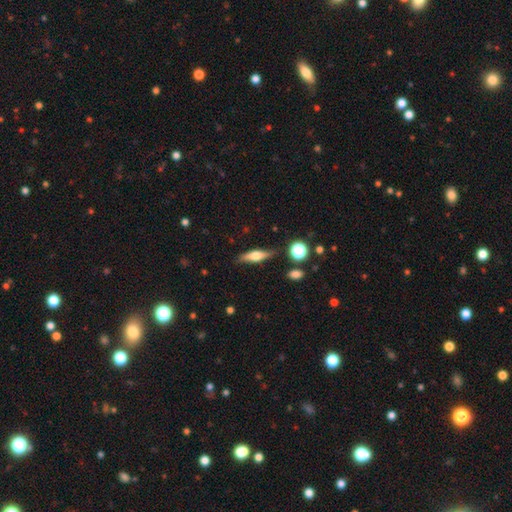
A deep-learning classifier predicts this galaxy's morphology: A smooth galaxy with no disk features (48%). Merging: none (83%).